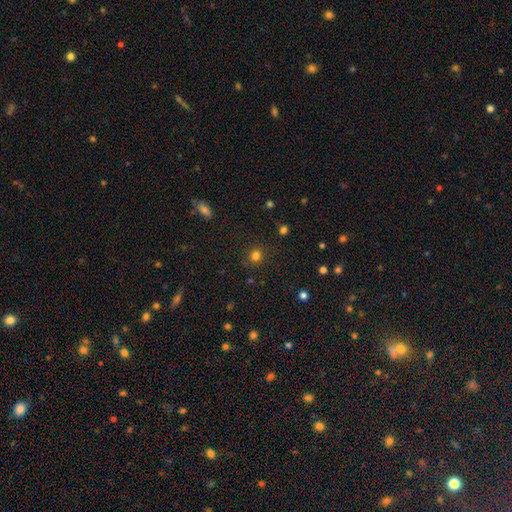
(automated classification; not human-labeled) smooth_or_featured: smooth (p=0.78) [alt: star or artifact p=0.17]
how_rounded: round (p=0.91) [alt: in between p=0.08]
merging: none (p=0.88) [alt: minor disturbance p=0.07]